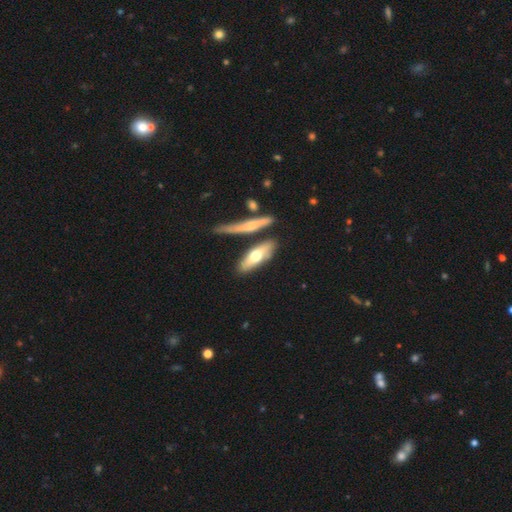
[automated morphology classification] Smooth or featured?
  - smooth: 56% *
  - featured or disk: 38%
  - star or artifact: 5%
How rounded?
  - cigar-shaped: 49% *
  - in between: 48%
  - round: 3%
Merging?
  - none: 68% *
  - minor disturbance: 15%
  - merger: 13%
  - major disturbance: 4%